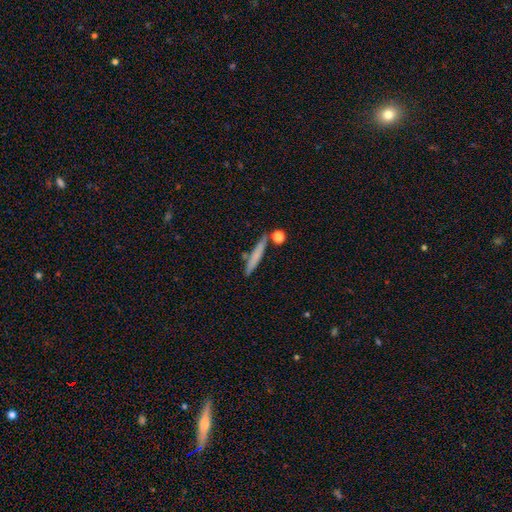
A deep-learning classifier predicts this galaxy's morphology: smooth 69%, featured or disk 24%, star or artifact 8%. Down the decision tree: how rounded — cigar-shaped (92%); merging — none (78%).